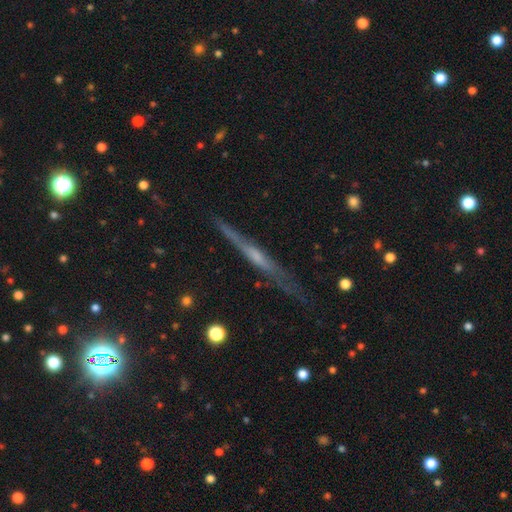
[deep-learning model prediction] Smooth or featured?
  - featured or disk: 69% *
  - smooth: 22%
  - star or artifact: 9%
Edge-on disk?
  - yes: 94% *
  - no: 6%
Edge-on bulge?
  - none: 47% *
  - rounded: 40%
  - boxy: 13%
Merging?
  - none: 77% *
  - minor disturbance: 16%
  - major disturbance: 4%
  - merger: 2%